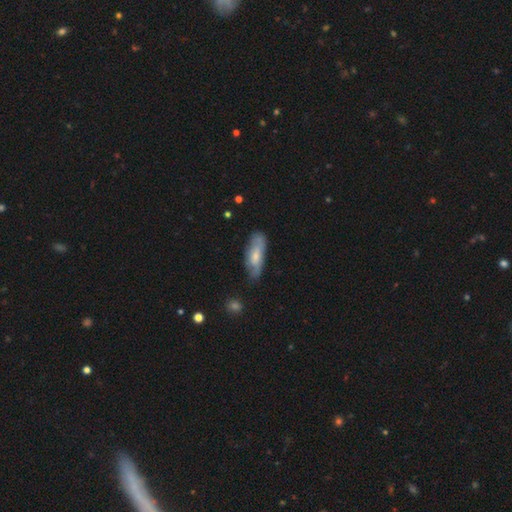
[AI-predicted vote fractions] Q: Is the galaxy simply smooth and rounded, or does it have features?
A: smooth — 59%.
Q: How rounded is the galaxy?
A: in between — 64%.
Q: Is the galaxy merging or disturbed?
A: none — 66%.